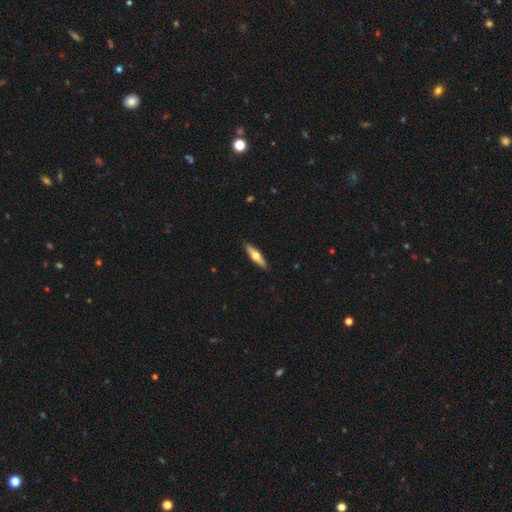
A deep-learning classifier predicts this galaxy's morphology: type=featured or disk (48%); merging=none (90%).